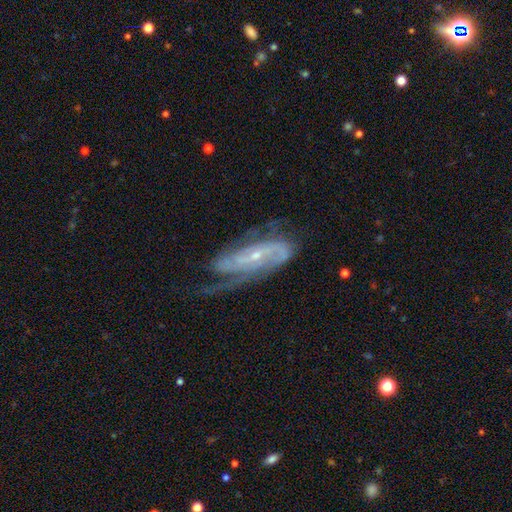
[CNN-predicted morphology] smooth_or_featured: featured or disk (p=0.88) [alt: smooth p=0.07]
disk_edge_on: no (p=0.91) [alt: yes p=0.09]
bar: no (p=0.41) [alt: weak p=0.33]
has_spiral_arms: yes (p=0.96) [alt: no p=0.04]
spiral_winding: medium (p=0.43) [alt: tight p=0.39]
spiral_arm_count: 2 (p=0.57) [alt: can't tell p=0.15]
bulge_size: small (p=0.78) [alt: moderate p=0.18]
merging: none (p=0.58) [alt: minor disturbance p=0.22]